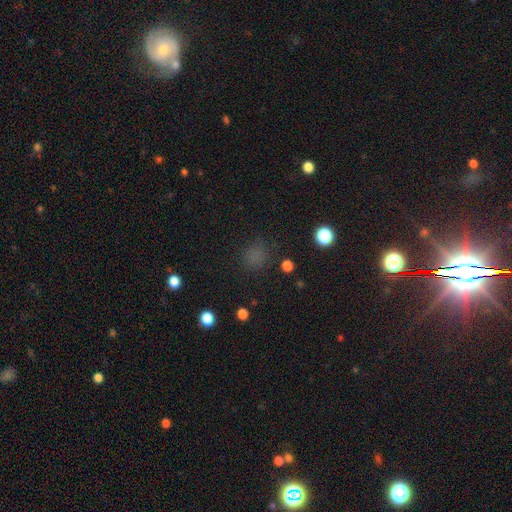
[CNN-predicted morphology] This is likely a smooth galaxy (68%). How rounded: clearly round (81%). Merging: clearly none (81%).